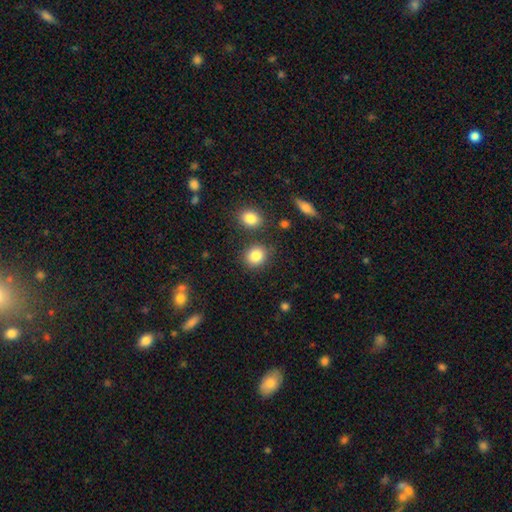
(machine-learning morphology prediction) Smooth or featured? smooth (84%)
How rounded? round (77%)
Merging? none (82%)